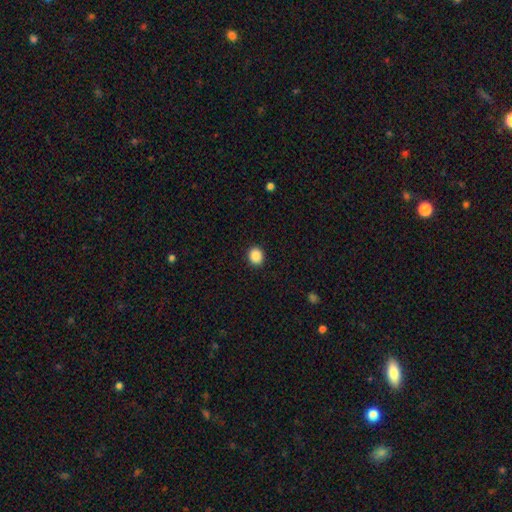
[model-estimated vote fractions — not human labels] smooth-or-featured: smooth: 88% | star or artifact: 9% | featured or disk: 3%
  how-rounded: round: 69% | in between: 30% | cigar-shaped: 1%
  merging: none: 91% | minor disturbance: 6% | major disturbance: 2% | merger: 1%